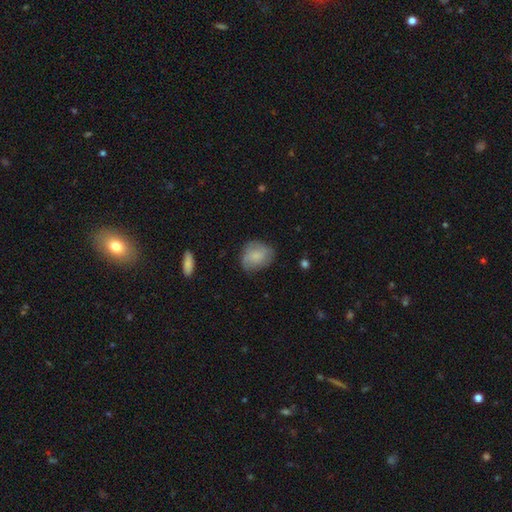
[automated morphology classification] Smooth or featured?
  - smooth: 71% *
  - featured or disk: 21%
  - star or artifact: 8%
How rounded?
  - round: 56% *
  - in between: 42%
  - cigar-shaped: 1%
Merging?
  - none: 68% *
  - minor disturbance: 24%
  - major disturbance: 7%
  - merger: 1%